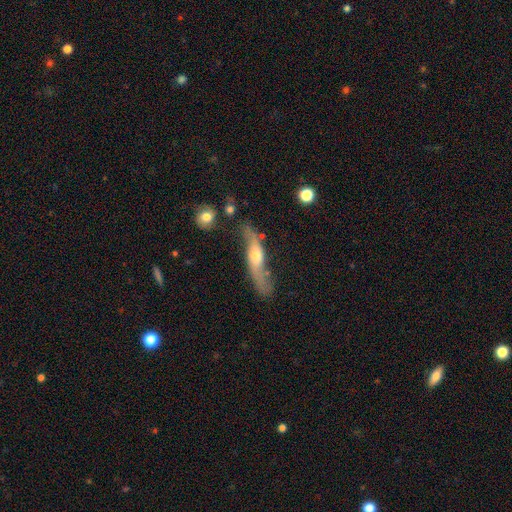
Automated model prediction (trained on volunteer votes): Morphology: type=featured or disk (67%); edge-on=yes (53%); merging=none (56%).